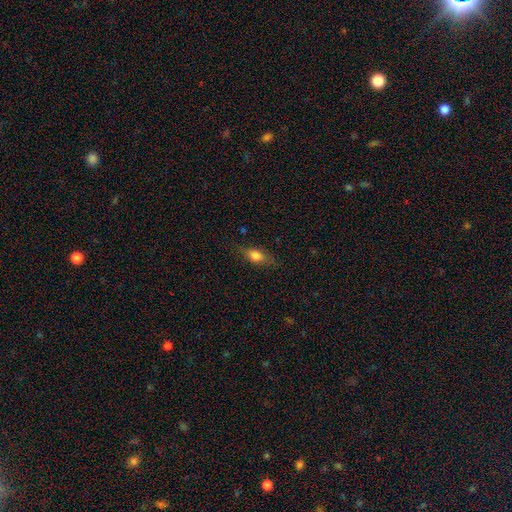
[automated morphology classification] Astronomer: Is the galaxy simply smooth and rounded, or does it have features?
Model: smooth — 70%.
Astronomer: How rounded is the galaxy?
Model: in between — 72%.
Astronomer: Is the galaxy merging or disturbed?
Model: none — 75%.